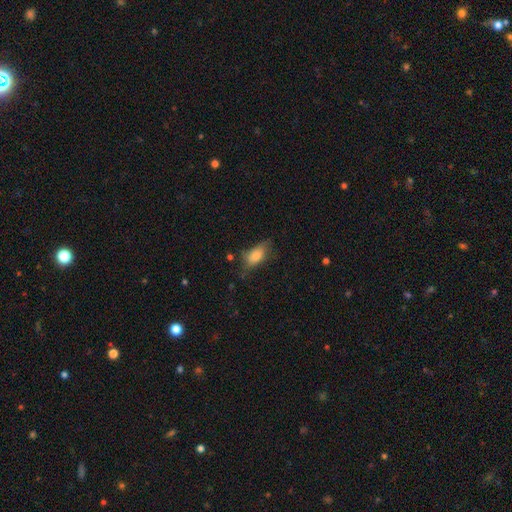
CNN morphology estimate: Smooth or featured: smooth — 80% (featured or disk — 11%)
How rounded: in between — 87% (cigar-shaped — 8%)
Merging: none — 53% (minor disturbance — 31%)